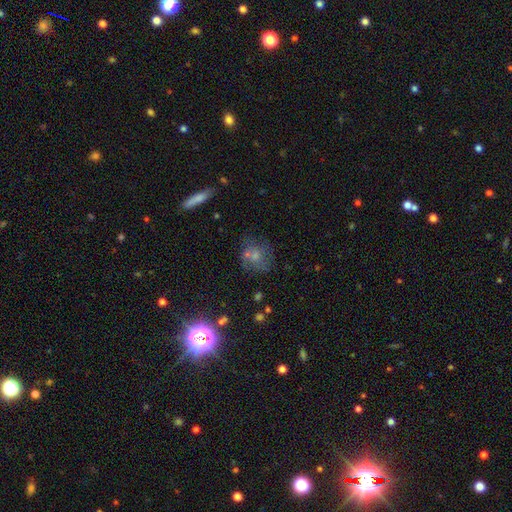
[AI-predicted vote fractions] This is possibly a smooth galaxy (49%). Merging: possibly none (50%).